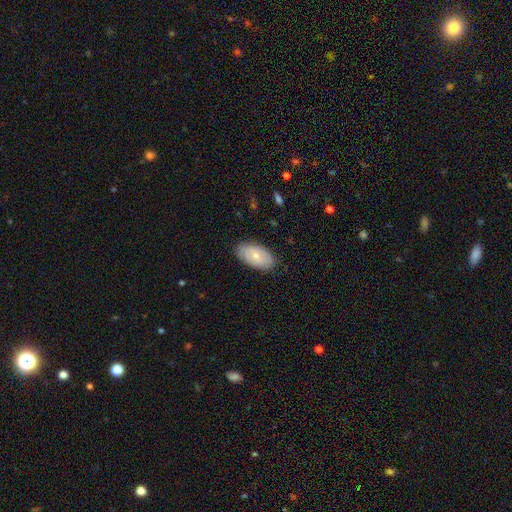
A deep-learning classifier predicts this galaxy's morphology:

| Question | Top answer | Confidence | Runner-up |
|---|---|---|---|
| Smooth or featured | smooth | 61% | featured or disk (33%) |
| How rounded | in between | 94% | round (4%) |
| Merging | none | 83% | minor disturbance (14%) |